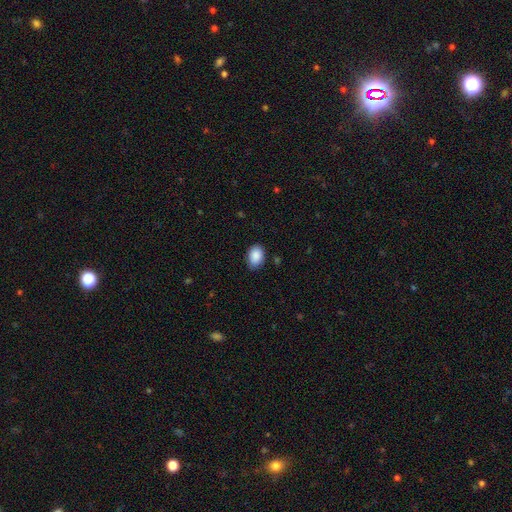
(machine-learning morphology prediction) Q: Smooth or featured?
A: smooth (89%); runner-up: star or artifact (7%)
Q: How rounded?
A: in between (83%); runner-up: round (16%)
Q: Merging?
A: none (81%); runner-up: minor disturbance (15%)